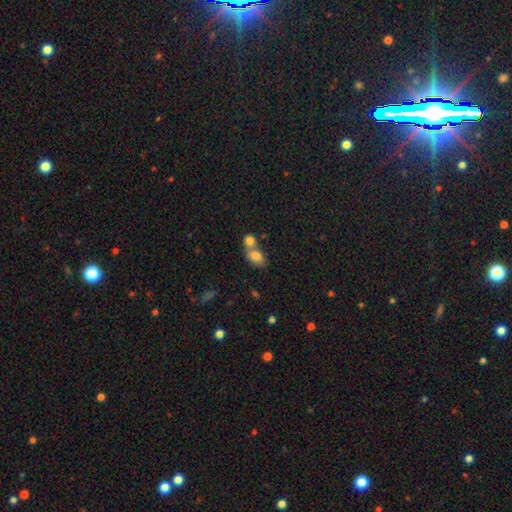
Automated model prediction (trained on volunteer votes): Q: Smooth or featured?
A: smooth (78%); runner-up: featured or disk (13%)
Q: How rounded?
A: in between (76%); runner-up: round (23%)
Q: Merging?
A: merger (62%); runner-up: none (28%)